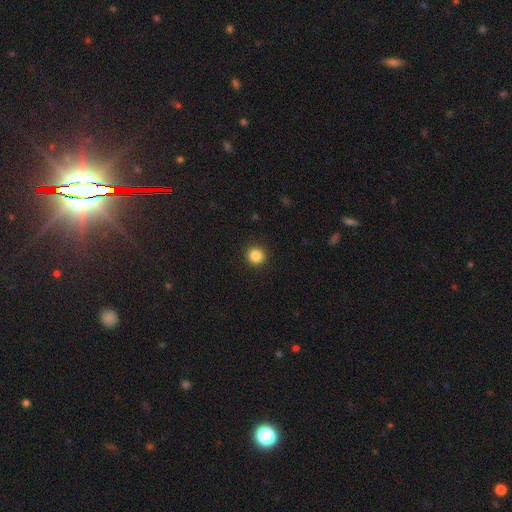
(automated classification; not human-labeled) A smooth galaxy with no disk features (86%) that is round (94%). Merging: none (93%).